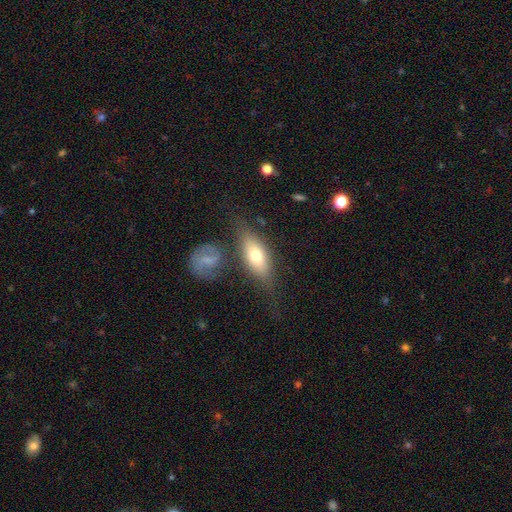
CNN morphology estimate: smooth_or_featured: smooth (p=0.62) [alt: featured or disk p=0.31]
how_rounded: in between (p=0.74) [alt: cigar-shaped p=0.21]
merging: none (p=0.63) [alt: minor disturbance p=0.18]